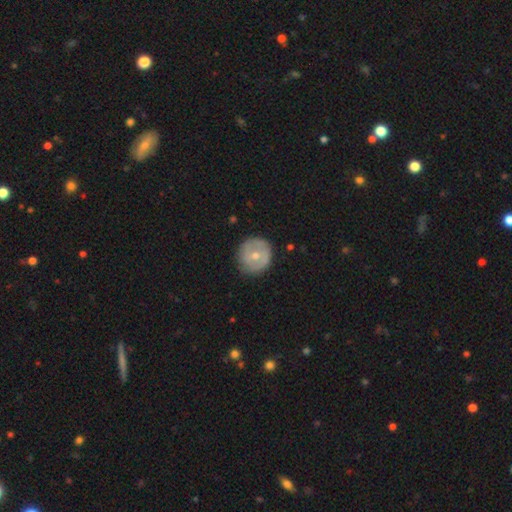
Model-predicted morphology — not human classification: smooth-or-featured: smooth: 50% | featured or disk: 43% | star or artifact: 6%
  how-rounded: round: 91% | in between: 8% | cigar-shaped: 1%
  merging: none: 79% | minor disturbance: 16% | major disturbance: 4% | merger: 1%